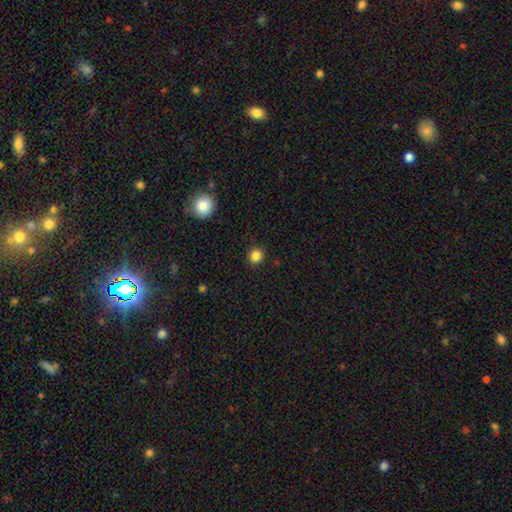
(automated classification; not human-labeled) smooth 84%, star or artifact 12%, featured or disk 4%. Down the decision tree: how rounded — round (91%); merging — none (92%).